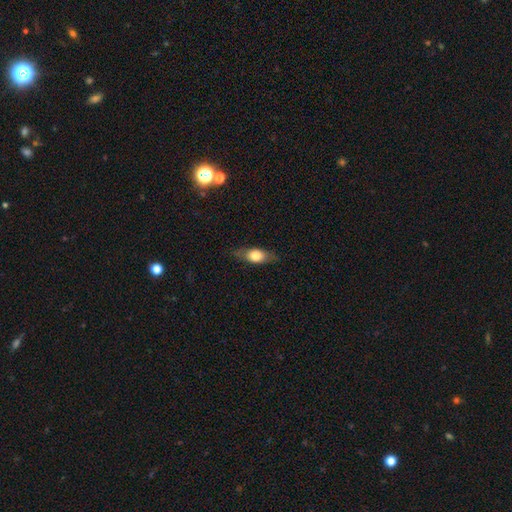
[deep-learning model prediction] A smooth galaxy with no disk features (62%) that is in between round and cigar-shaped (71%). Merging: none (79%).